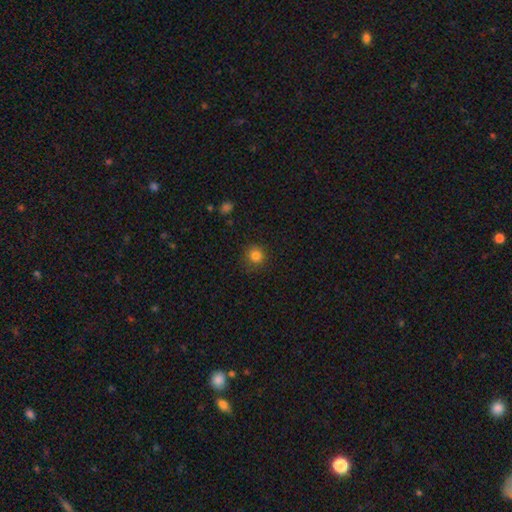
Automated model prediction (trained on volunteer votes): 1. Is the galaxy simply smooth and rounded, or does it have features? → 83% smooth, 13% star or artifact, 5% featured or disk.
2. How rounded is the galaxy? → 91% round, 8% in between, 1% cigar-shaped.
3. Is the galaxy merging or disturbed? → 86% none, 10% minor disturbance, 3% major disturbance, 1% merger.